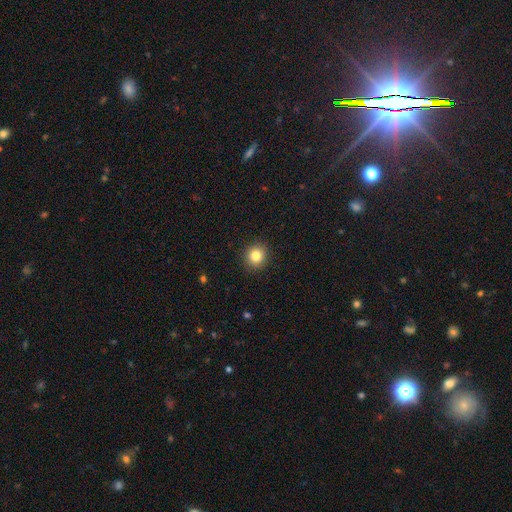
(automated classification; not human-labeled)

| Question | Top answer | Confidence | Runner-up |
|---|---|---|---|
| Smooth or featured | smooth | 83% | star or artifact (11%) |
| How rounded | round | 86% | in between (13%) |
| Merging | none | 91% | minor disturbance (6%) |